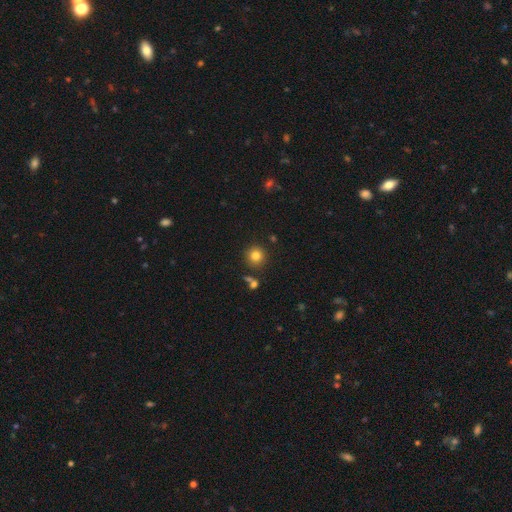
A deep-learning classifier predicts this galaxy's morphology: smooth 81%, star or artifact 13%, featured or disk 7%. Down the decision tree: how rounded — round (93%); merging — none (85%).